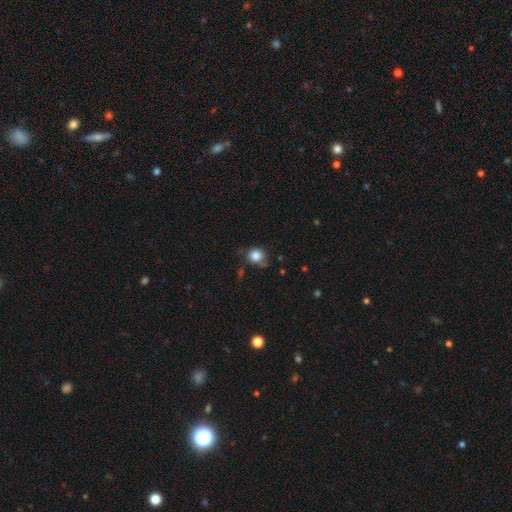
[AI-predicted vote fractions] A smooth galaxy with no disk features (83%) that is round (83%).

Vote fractions:
- Smooth or featured? smooth: 83% / star or artifact: 11% / featured or disk: 6%
- How rounded? round: 83% / in between: 16% / cigar-shaped: 1%
- Merging? none: 63% / minor disturbance: 24% / major disturbance: 7% / merger: 5%